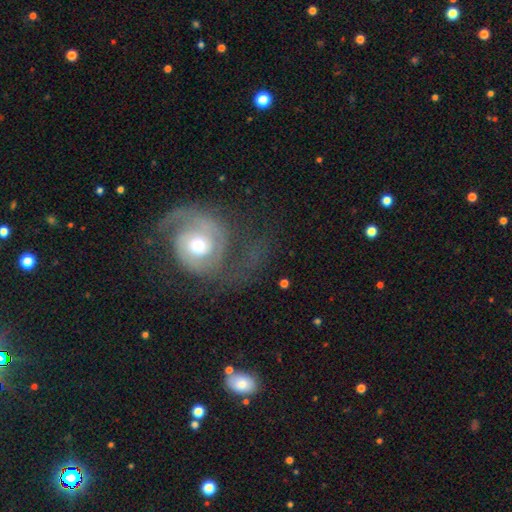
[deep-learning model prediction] smooth_or_featured: featured or disk (p=0.83) [alt: smooth p=0.09]
disk_edge_on: no (p=0.98) [alt: yes p=0.02]
bar: no (p=0.65) [alt: weak p=0.25]
has_spiral_arms: yes (p=0.94) [alt: no p=0.06]
spiral_winding: medium (p=0.47) [alt: tight p=0.27]
spiral_arm_count: 2 (p=0.84) [alt: 1 p=0.06]
bulge_size: moderate (p=0.64) [alt: small p=0.24]
merging: none (p=0.61) [alt: major disturbance p=0.20]